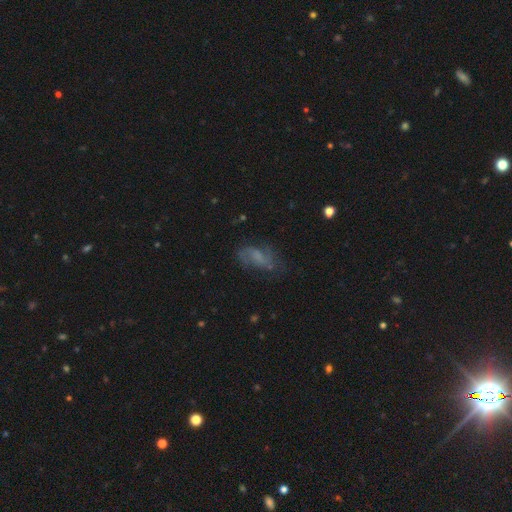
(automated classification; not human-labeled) smooth_or_featured: featured or disk (p=0.46) [alt: smooth p=0.38]
merging: none (p=0.57) [alt: minor disturbance p=0.24]